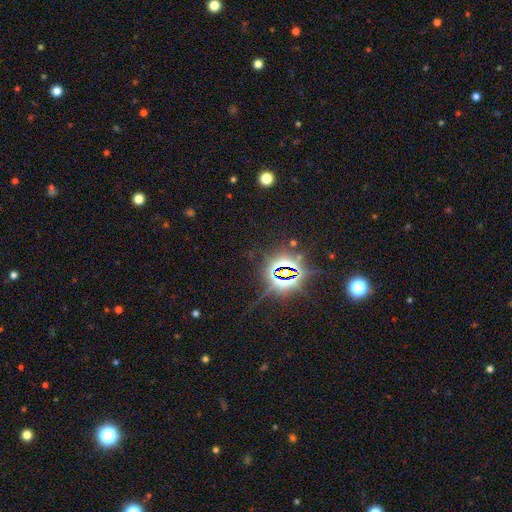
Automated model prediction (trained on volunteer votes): smooth-or-featured: star or artifact: 84% | smooth: 9% | featured or disk: 7%